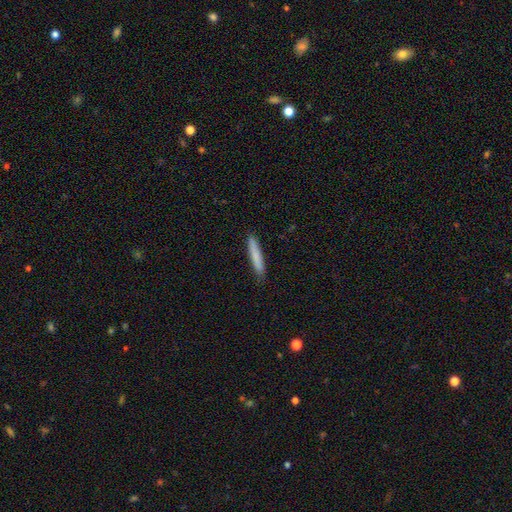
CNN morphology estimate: Smooth or featured?
  - smooth: 79% *
  - featured or disk: 15%
  - star or artifact: 6%
How rounded?
  - cigar-shaped: 95% *
  - in between: 4%
  - round: 1%
Merging?
  - none: 89% *
  - minor disturbance: 9%
  - major disturbance: 2%
  - merger: 1%